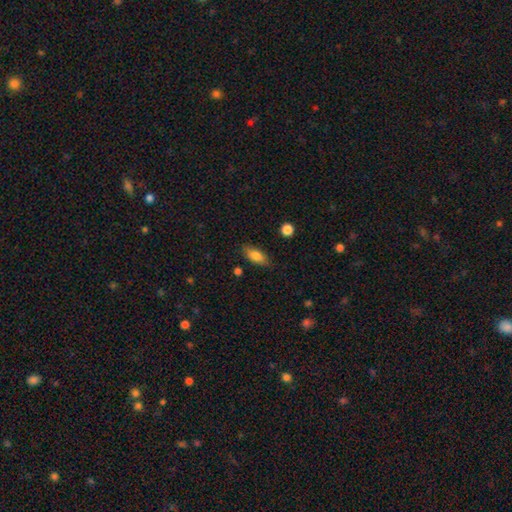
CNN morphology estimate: smooth-or-featured: smooth: 80% | featured or disk: 13% | star or artifact: 7%
  how-rounded: in between: 82% | cigar-shaped: 14% | round: 3%
  merging: none: 83% | minor disturbance: 13% | major disturbance: 3% | merger: 2%